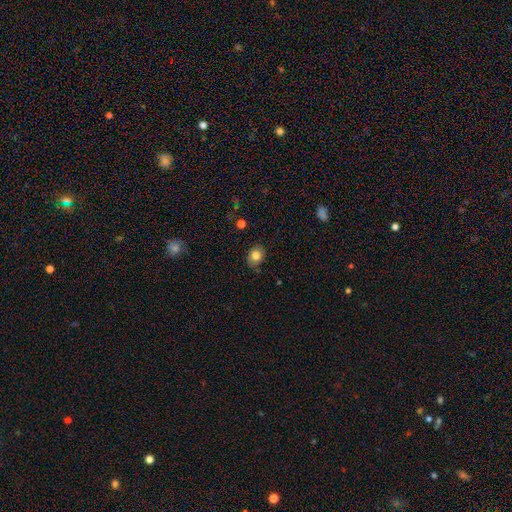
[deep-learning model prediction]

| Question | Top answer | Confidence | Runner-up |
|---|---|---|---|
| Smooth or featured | smooth | 80% | featured or disk (10%) |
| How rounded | round | 50% | in between (49%) |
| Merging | none | 79% | minor disturbance (16%) |